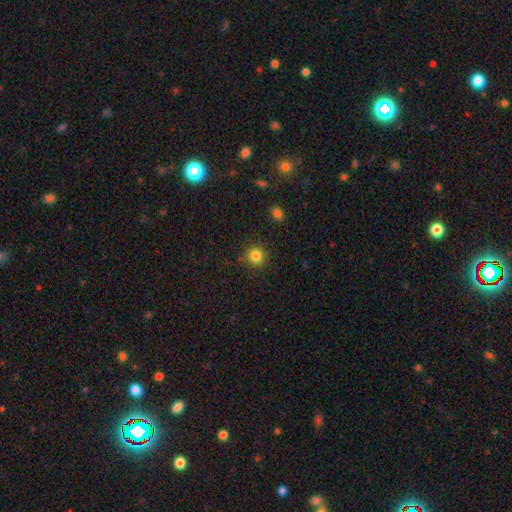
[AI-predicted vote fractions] This appears to be a smooth galaxy with no disk features (83%) that is round (88%). Merging: none (87%).